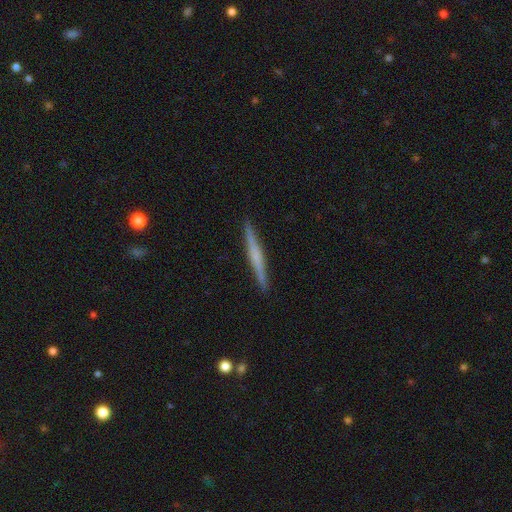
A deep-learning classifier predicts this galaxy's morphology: featured or disk 56%, smooth 38%, star or artifact 6%. Down the decision tree: edge-on disk — yes (98%); edge-on bulge — none (52%); merging — none (92%).